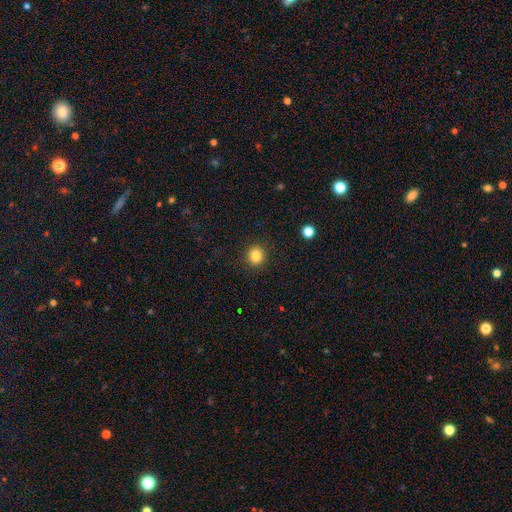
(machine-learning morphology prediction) This appears to be a smooth galaxy with no disk features (84%) that is round (89%). Merging: none (91%).